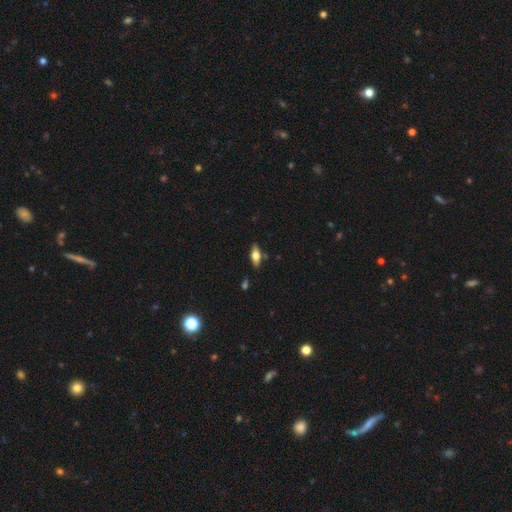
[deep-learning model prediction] Smooth or featured? Predicted: smooth (p=0.53). How rounded? Predicted: in between (p=0.76). Merging? Predicted: none (p=0.82).